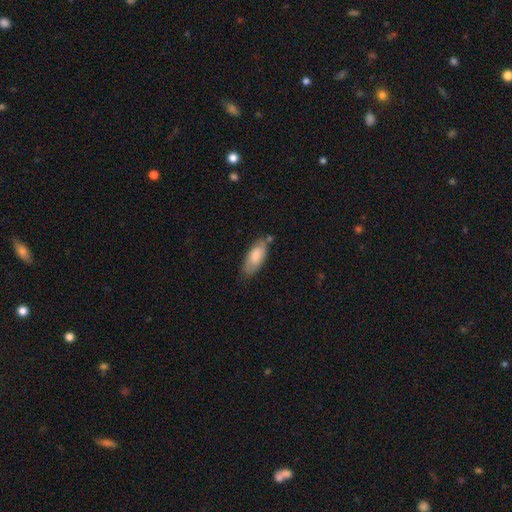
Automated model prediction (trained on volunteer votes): Smooth or featured? Predicted: smooth (p=0.75). How rounded? Predicted: in between (p=0.82). Merging? Predicted: none (p=0.67).